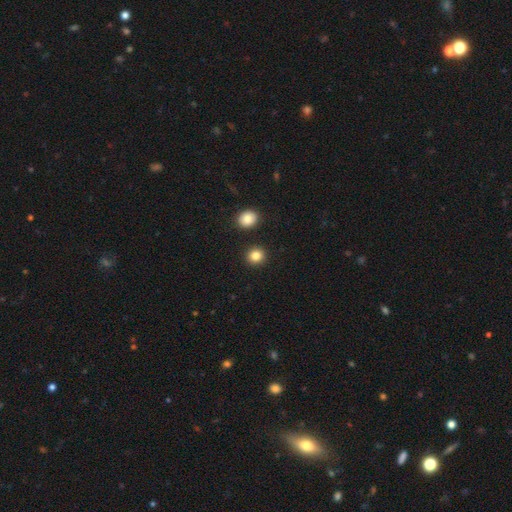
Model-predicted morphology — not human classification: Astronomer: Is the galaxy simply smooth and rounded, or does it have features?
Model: smooth — 84%.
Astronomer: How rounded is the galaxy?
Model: round — 88%.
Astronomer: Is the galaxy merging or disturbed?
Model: none — 90%.